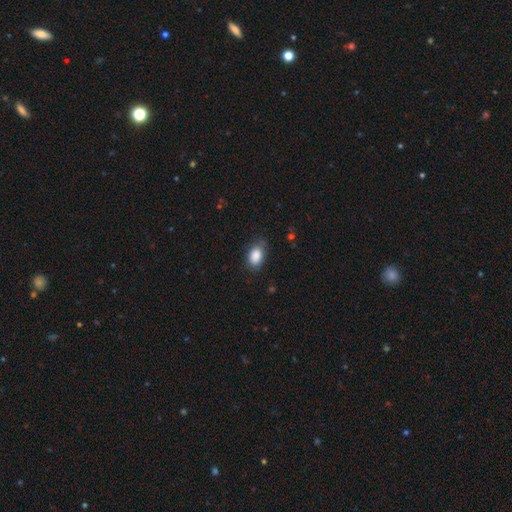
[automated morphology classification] Smooth or featured? Predicted: smooth (p=0.87). How rounded? Predicted: in between (p=0.85). Merging? Predicted: none (p=0.73).